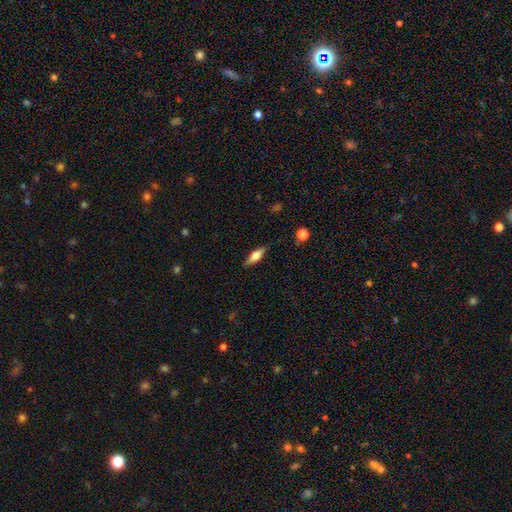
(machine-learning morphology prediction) A smooth galaxy with no disk features (61%) that is in between round and cigar-shaped (53%). Merging: none (85%).